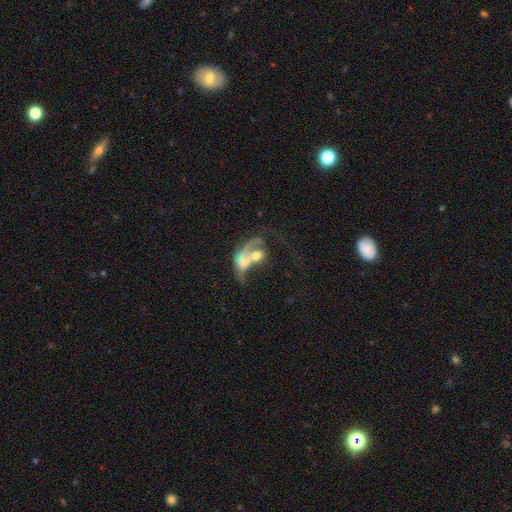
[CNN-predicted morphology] Smooth or featured? featured or disk (54%)
Edge-on disk? no (95%)
Bar? no (76%)
Spiral arms? no (54%)
Bulge size? moderate (44%)
Merging? merger (66%)